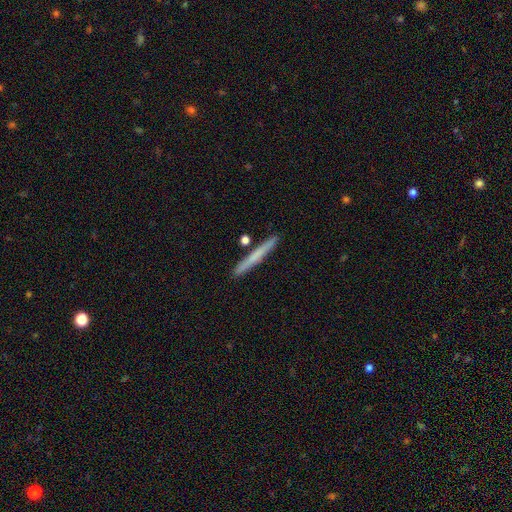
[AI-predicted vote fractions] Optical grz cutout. It shows a smooth galaxy with no disk features (62%) that is cigar-shaped (97%). Merging: none (89%).